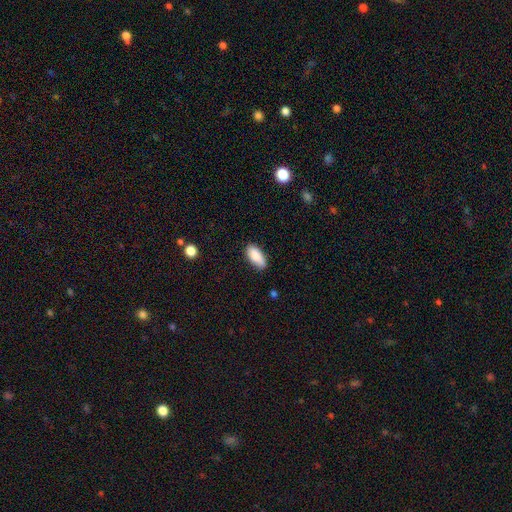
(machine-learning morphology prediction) A smooth galaxy with no disk features (87%) that is in between round and cigar-shaped (87%). Merging: none (79%).